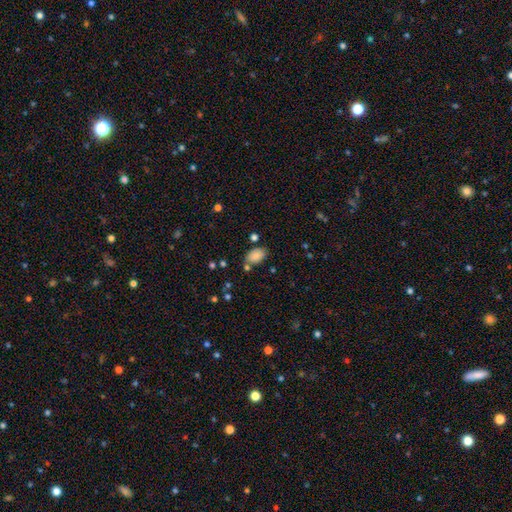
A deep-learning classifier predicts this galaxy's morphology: type=smooth (86%); roundness=in between (90%); merging=none (74%).